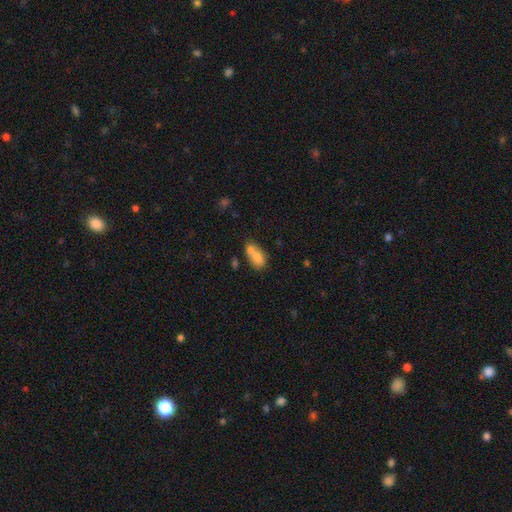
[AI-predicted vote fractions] smooth 75%, featured or disk 16%, star or artifact 9%. Down the decision tree: how rounded — in between (82%); merging — merger (52%).